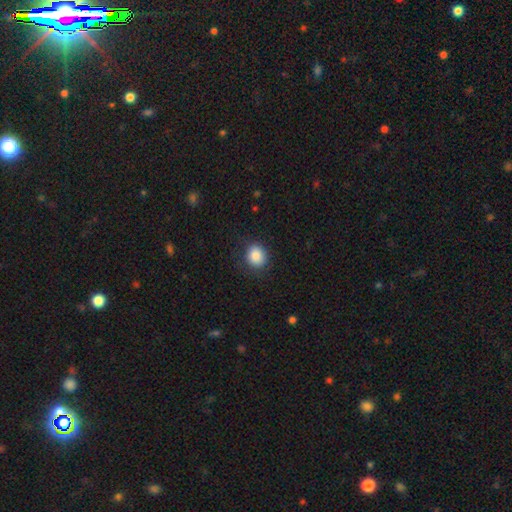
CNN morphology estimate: Smooth or featured? smooth (85%)
How rounded? round (73%)
Merging? none (82%)